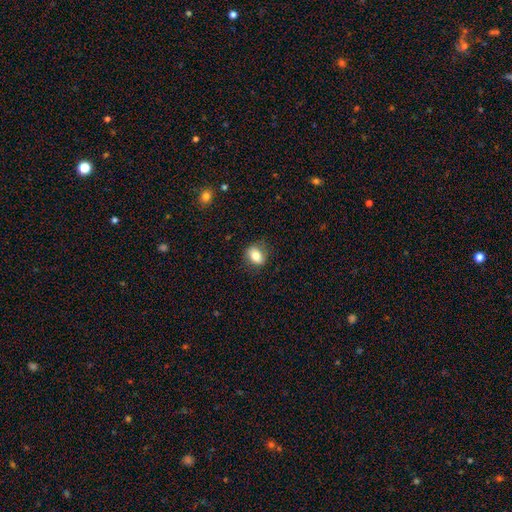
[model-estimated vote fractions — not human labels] smooth-or-featured: smooth: 78% | featured or disk: 13% | star or artifact: 9%
  how-rounded: in between: 62% | round: 36% | cigar-shaped: 2%
  merging: none: 80% | minor disturbance: 15% | major disturbance: 4% | merger: 1%